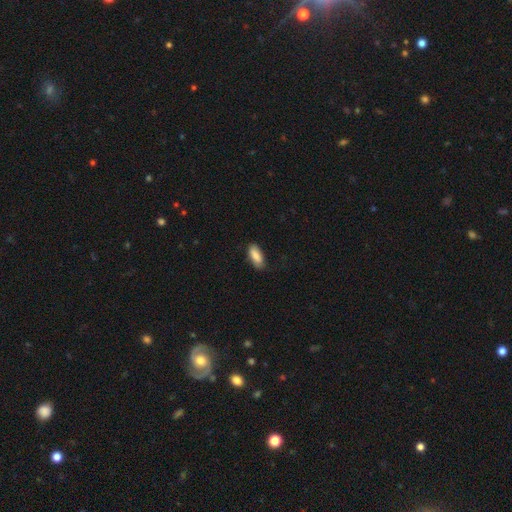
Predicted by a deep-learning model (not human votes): A smooth galaxy with no disk features (86%) that is in between round and cigar-shaped (83%).

Vote fractions:
- Smooth or featured? smooth: 86% / featured or disk: 7% / star or artifact: 6%
- How rounded? in between: 83% / cigar-shaped: 15% / round: 2%
- Merging? none: 75% / minor disturbance: 20% / major disturbance: 3% / merger: 1%